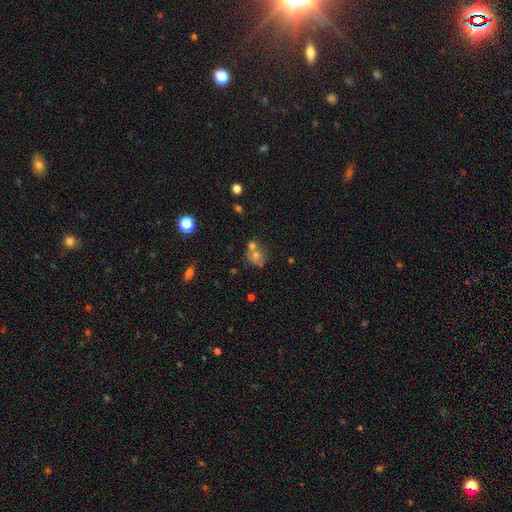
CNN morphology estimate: smooth 58%, featured or disk 26%, star or artifact 16%. Down the decision tree: how rounded — round (60%); merging — merger (44%).